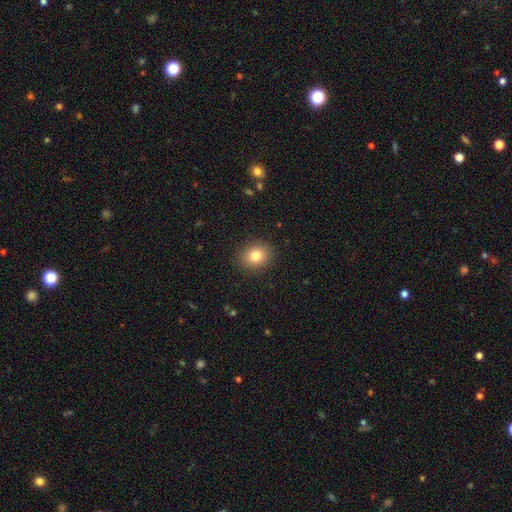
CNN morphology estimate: Smooth or featured? Predicted: smooth (p=0.81). How rounded? Predicted: round (p=0.63). Merging? Predicted: none (p=0.89).